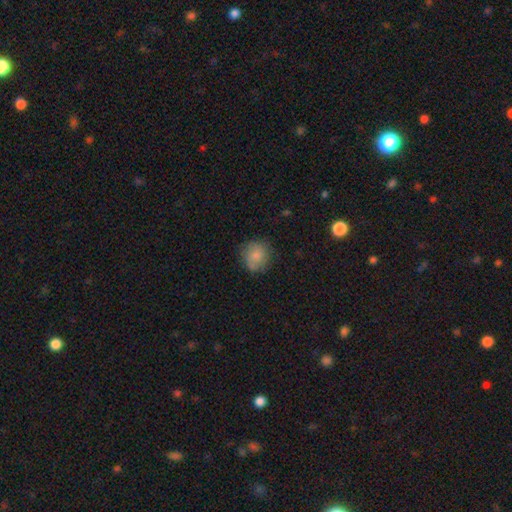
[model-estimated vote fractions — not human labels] The model was most divided on "merging": none: 72%, minor disturbance: 20%, major disturbance: 5%, merger: 2%. More confident: how rounded — round (86%); smooth or featured — smooth (81%).